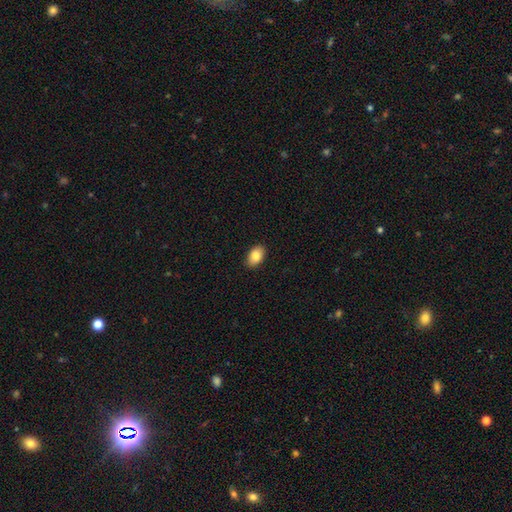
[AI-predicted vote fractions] Smooth or featured? Predicted: smooth (p=0.85). How rounded? Predicted: in between (p=0.90). Merging? Predicted: none (p=0.90).